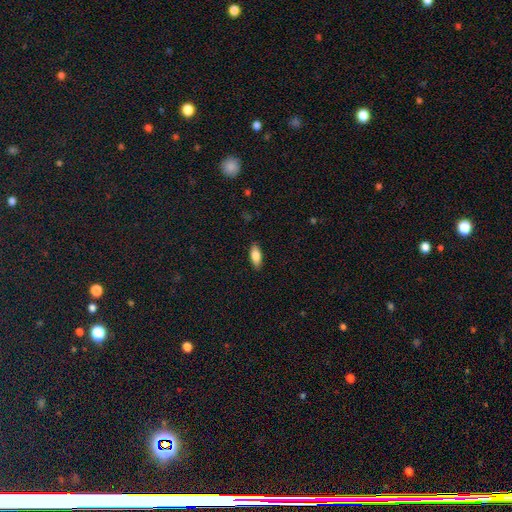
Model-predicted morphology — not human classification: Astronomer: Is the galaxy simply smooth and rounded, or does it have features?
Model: smooth — 80%.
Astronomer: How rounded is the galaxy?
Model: in between — 80%.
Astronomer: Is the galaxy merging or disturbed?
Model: none — 88%.